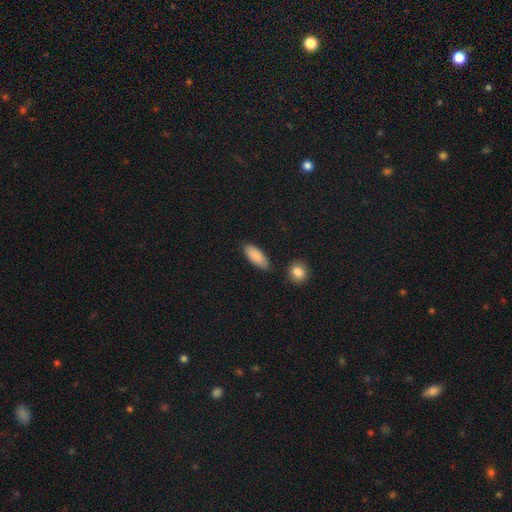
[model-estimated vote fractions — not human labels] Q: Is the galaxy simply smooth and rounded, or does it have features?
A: smooth — 89%.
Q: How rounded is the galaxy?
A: in between — 83%.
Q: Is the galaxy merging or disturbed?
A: none — 80%.